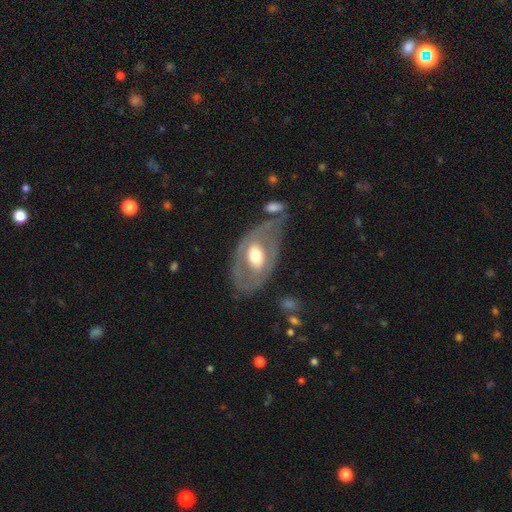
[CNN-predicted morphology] Overall: featured or disk (59%; smooth 36%). Edge-on disk: no (90%). Bar: no (61%; weak 25%). Spiral arms: no (72%). Bulge size: moderate (58%; large 32%). Merging: none (59%; minor disturbance 20%).